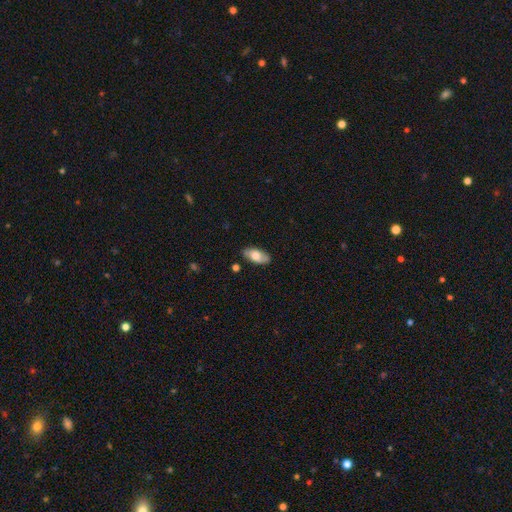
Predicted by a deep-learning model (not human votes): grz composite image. It shows a smooth galaxy with no disk features (66%) that is in between round and cigar-shaped (90%). Merging: none (83%).